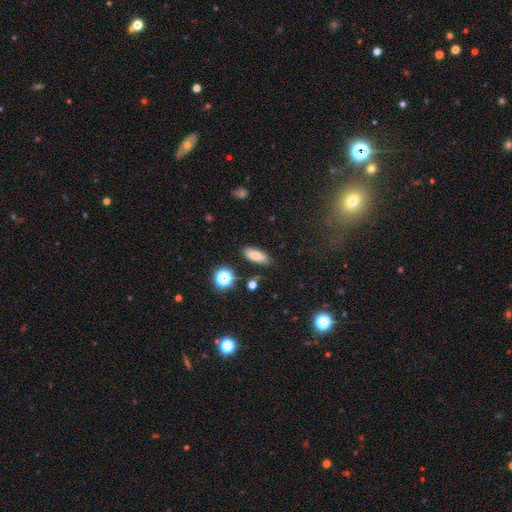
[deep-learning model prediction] smooth 74%, featured or disk 14%, star or artifact 12%. Down the decision tree: how rounded — in between (74%); merging — none (84%).